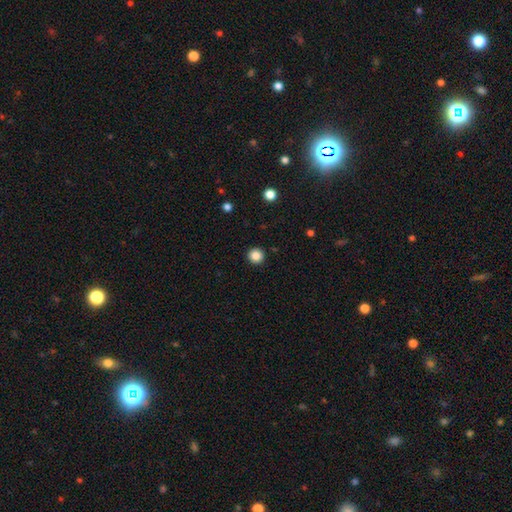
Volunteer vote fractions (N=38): Smooth or featured: smooth — 87% (star or artifact — 8%)
How rounded: round — 97% (in between — 3%)
Merging: none — 100%